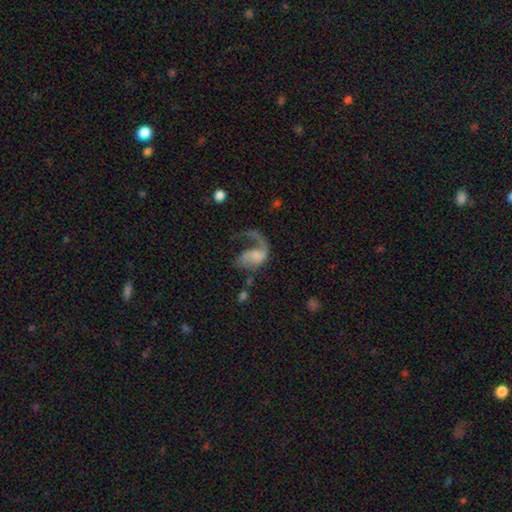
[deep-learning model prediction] featured or disk 71%, smooth 21%, star or artifact 8%. Down the decision tree: edge-on disk — no (98%); bar — no (63%); spiral arms — yes (86%); spiral arm count — 1 (75%); spiral winding — loose (70%); bulge size — none (37%); merging — major disturbance (55%).